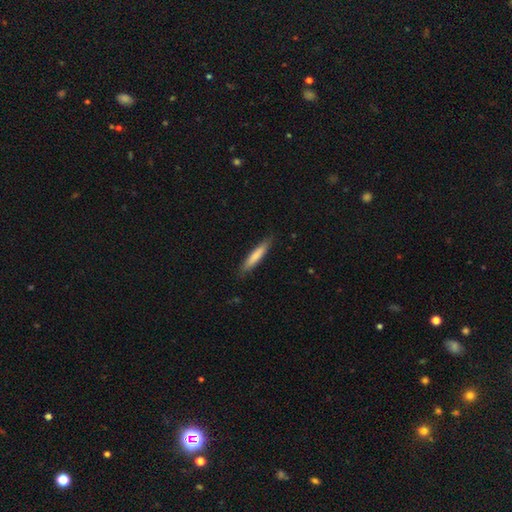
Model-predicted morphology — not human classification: smooth-or-featured: smooth: 78% | featured or disk: 16% | star or artifact: 5%
  how-rounded: cigar-shaped: 90% | in between: 9% | round: 1%
  merging: none: 86% | minor disturbance: 11% | major disturbance: 2% | merger: 1%